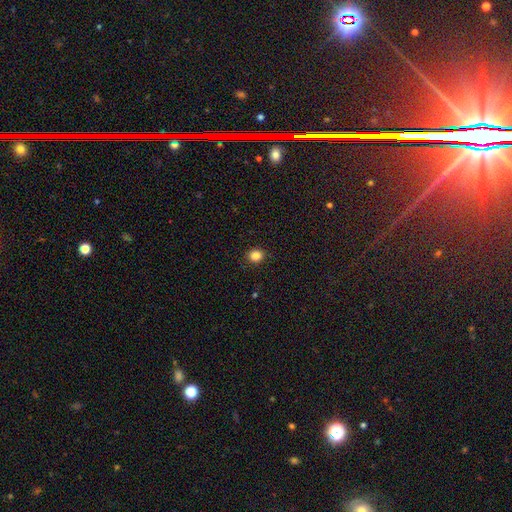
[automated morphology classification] Overall: smooth (85%). How rounded: round (78%). Merging: none (90%).